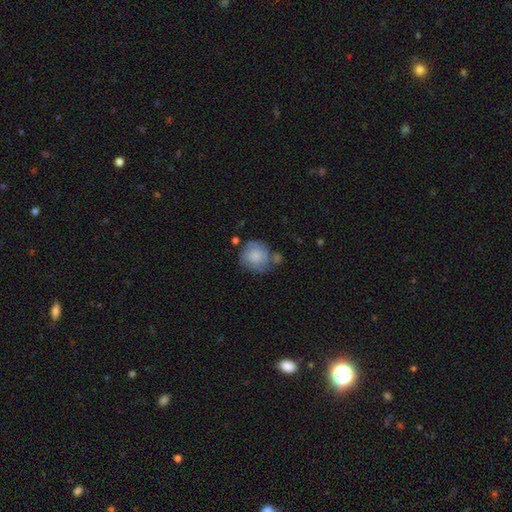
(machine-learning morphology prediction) Smooth or featured? smooth (65%)
How rounded? round (85%)
Merging? none (51%)